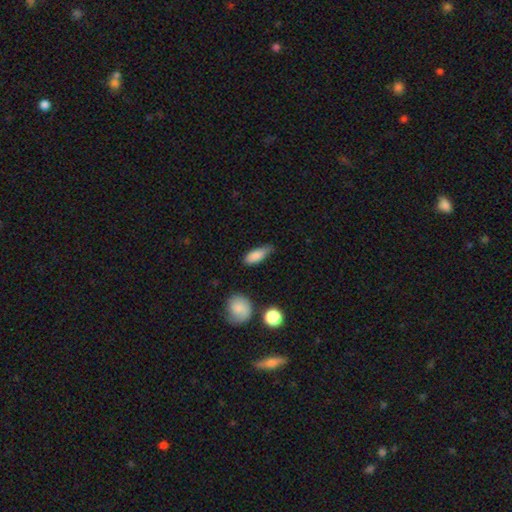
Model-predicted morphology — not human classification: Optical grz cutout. It shows a smooth galaxy with no disk features (84%) that is in between round and cigar-shaped (73%). Merging: none (52%).